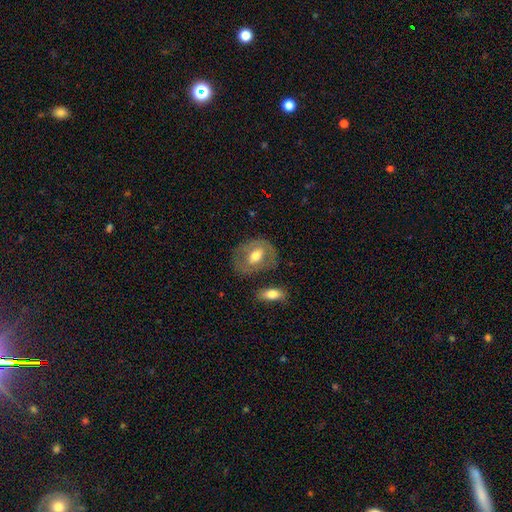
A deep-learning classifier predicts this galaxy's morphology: This appears to be a smooth galaxy with no disk features (47%). Merging: none (69%).